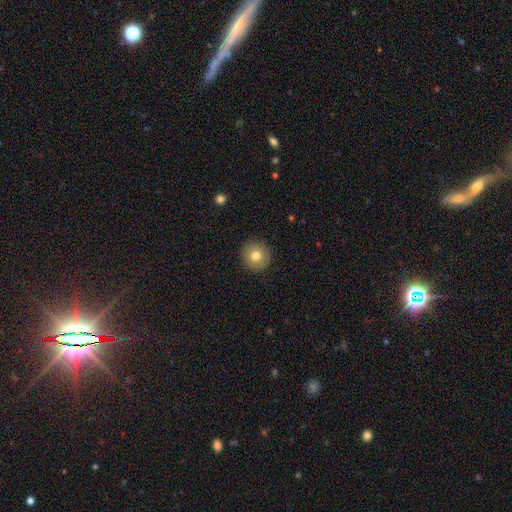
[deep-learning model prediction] Q: Smooth or featured?
A: smooth (78%); runner-up: featured or disk (13%)
Q: How rounded?
A: round (93%); runner-up: in between (6%)
Q: Merging?
A: none (91%); runner-up: minor disturbance (6%)